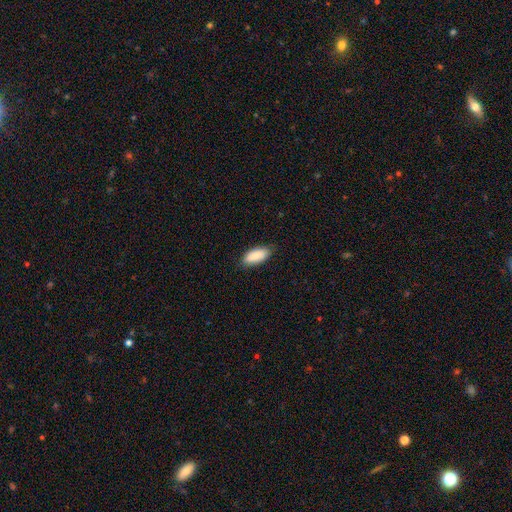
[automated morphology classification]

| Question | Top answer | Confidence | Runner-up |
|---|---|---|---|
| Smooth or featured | smooth | 85% | featured or disk (9%) |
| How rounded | in between | 86% | cigar-shaped (12%) |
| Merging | none | 83% | minor disturbance (14%) |